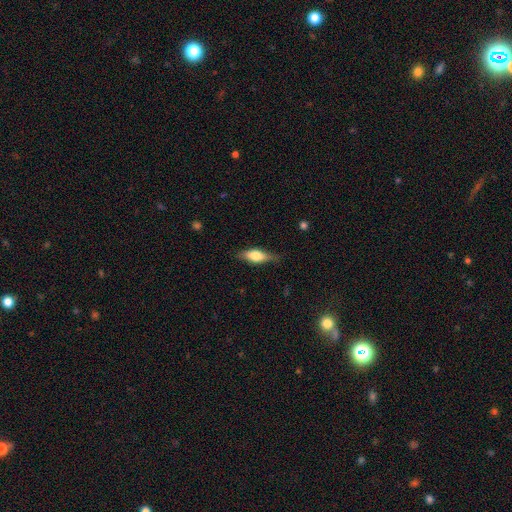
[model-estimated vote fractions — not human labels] A smooth galaxy with no disk features (58%) that is in between round and cigar-shaped (63%). Merging: none (75%).